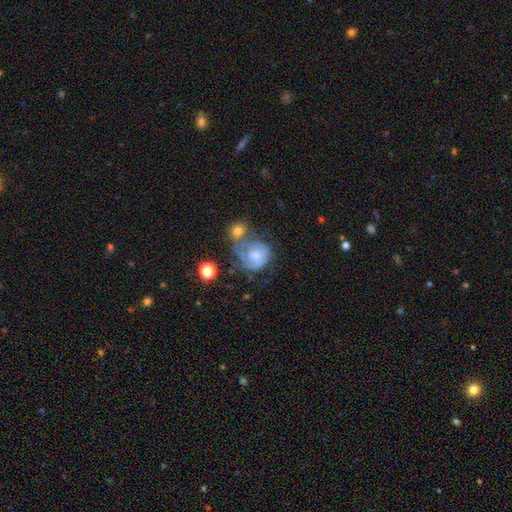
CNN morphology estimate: Overall: featured or disk (62%; smooth 30%). Edge-on disk: no (98%). Bar: no (73%). Spiral arms: yes (81%). Bulge size: moderate (47%; small 25%). Merging: merger (33%; none 27%).